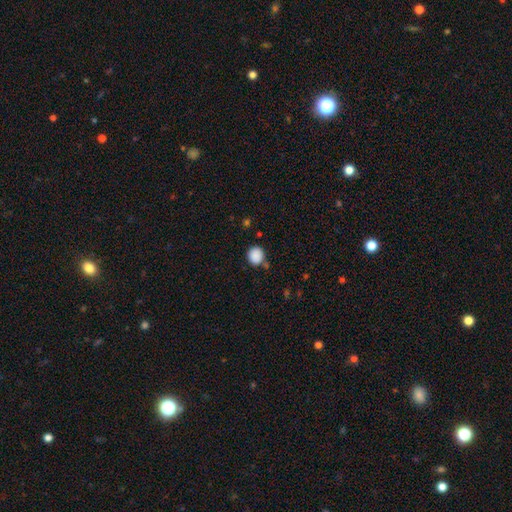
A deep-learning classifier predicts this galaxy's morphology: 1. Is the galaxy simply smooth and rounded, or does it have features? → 88% smooth, 9% star or artifact, 3% featured or disk.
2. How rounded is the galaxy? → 84% round, 15% in between, 1% cigar-shaped.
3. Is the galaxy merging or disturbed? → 79% none, 11% minor disturbance, 6% merger, 3% major disturbance.